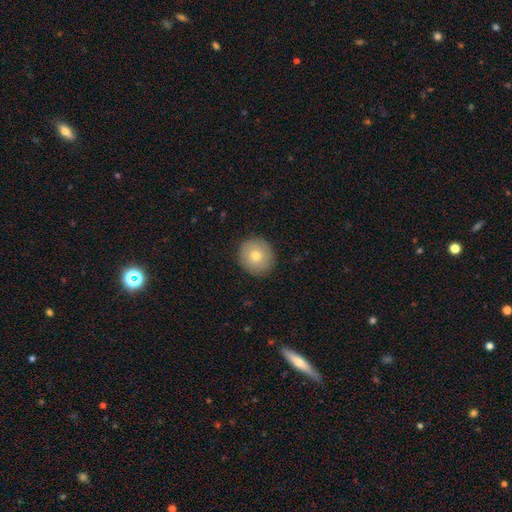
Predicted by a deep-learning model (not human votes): smooth-or-featured: smooth: 75% | featured or disk: 17% | star or artifact: 8%
  how-rounded: round: 91% | in between: 8% | cigar-shaped: 1%
  merging: none: 90% | minor disturbance: 7% | major disturbance: 2% | merger: 1%